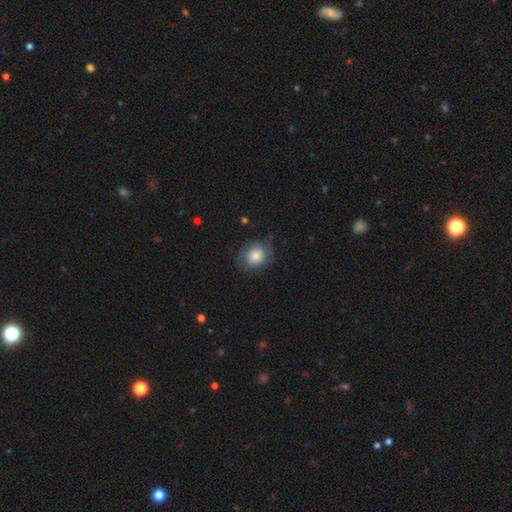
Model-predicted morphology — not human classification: smooth_or_featured: smooth (p=0.81) [alt: featured or disk p=0.11]
how_rounded: round (p=0.62) [alt: in between p=0.37]
merging: none (p=0.73) [alt: minor disturbance p=0.20]